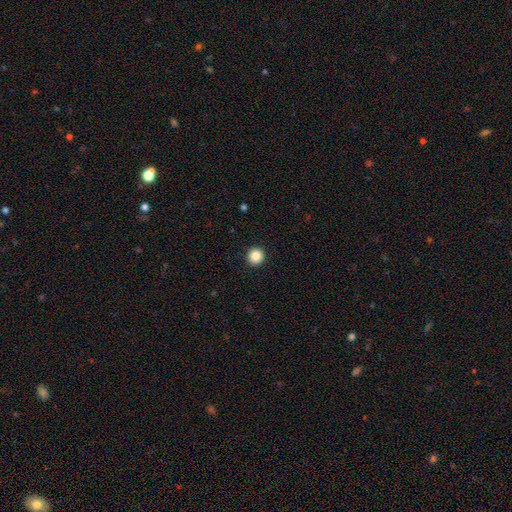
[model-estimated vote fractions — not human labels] Smooth or featured? smooth (86%)
How rounded? round (95%)
Merging? none (93%)